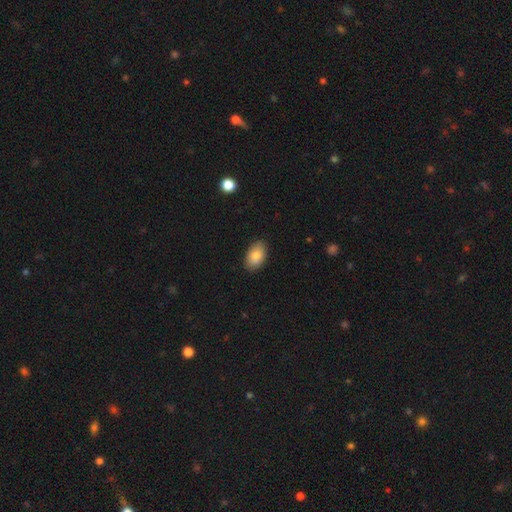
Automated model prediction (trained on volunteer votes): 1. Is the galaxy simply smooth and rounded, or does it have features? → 84% smooth, 9% featured or disk, 7% star or artifact.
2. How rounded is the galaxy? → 92% in between, 6% round, 1% cigar-shaped.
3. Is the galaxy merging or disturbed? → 87% none, 10% minor disturbance, 2% major disturbance, 1% merger.